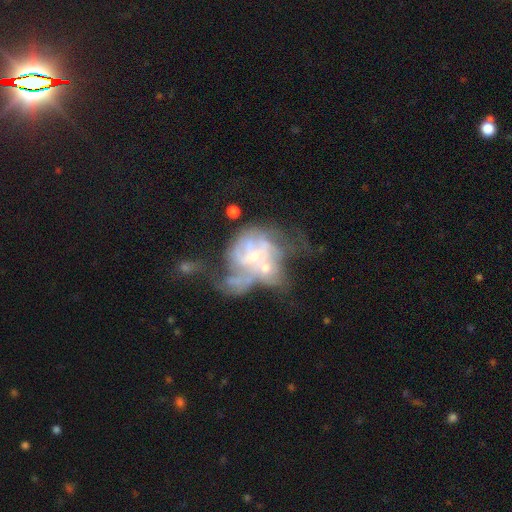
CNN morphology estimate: Overall: featured or disk (73%). Edge-on disk: no (97%). Bar: no (76%). Spiral arms: yes (58%; no 42%). Bulge size: small (57%; moderate 31%). Merging: merger (50%; major disturbance 26%).